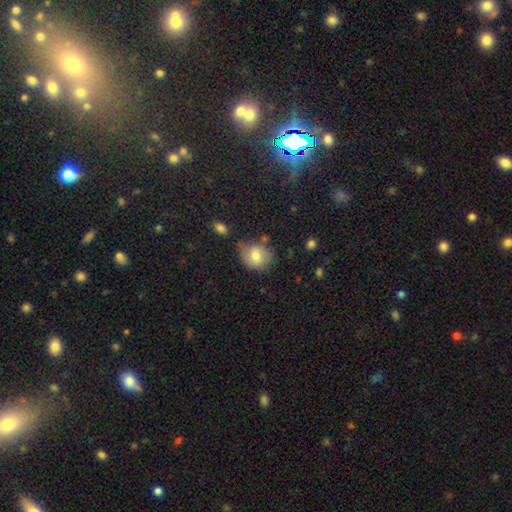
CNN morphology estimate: Overall: smooth (75%). How rounded: round (59%; in between 40%). Merging: none (60%; minor disturbance 26%).